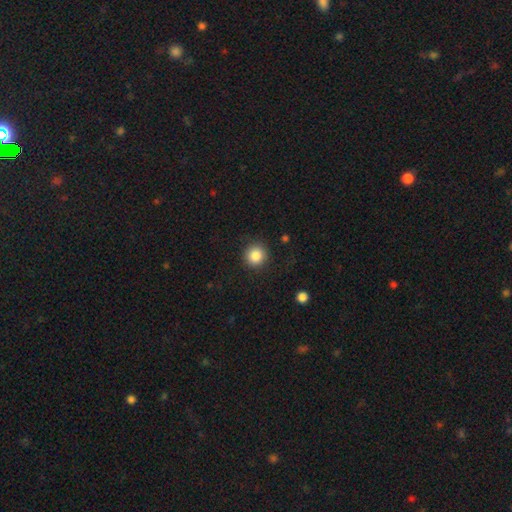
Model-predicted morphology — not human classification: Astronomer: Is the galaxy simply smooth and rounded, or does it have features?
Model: smooth — 86%.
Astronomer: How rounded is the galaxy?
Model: round — 93%.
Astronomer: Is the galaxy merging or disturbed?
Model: none — 89%.